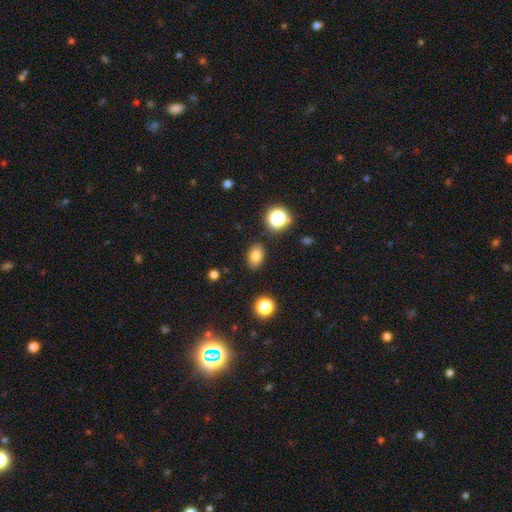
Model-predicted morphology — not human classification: A smooth galaxy with no disk features (79%) that is in between round and cigar-shaped (80%).

Vote fractions:
- Smooth or featured? smooth: 79% / star or artifact: 12% / featured or disk: 8%
- How rounded? in between: 80% / round: 18% / cigar-shaped: 1%
- Merging? none: 85% / minor disturbance: 10% / major disturbance: 3% / merger: 2%